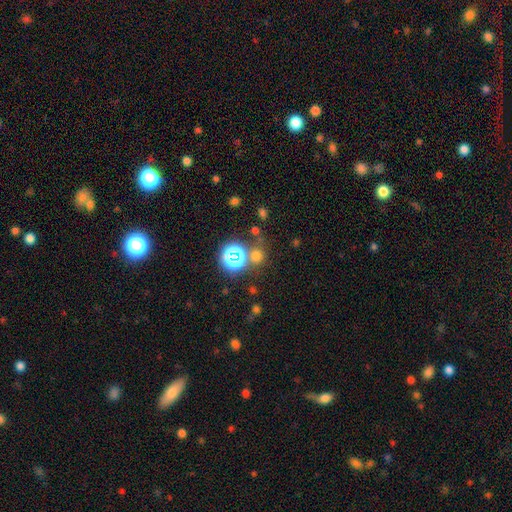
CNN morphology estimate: This appears to be a smooth galaxy with no disk features (57%) that is round (89%). Merging: none (70%).